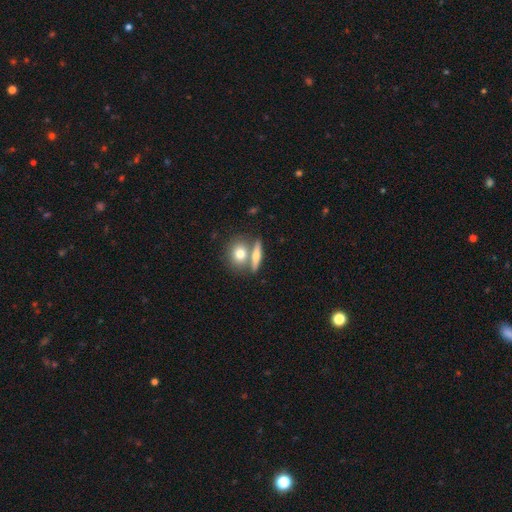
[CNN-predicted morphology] A smooth galaxy with no disk features (57%) that is in between round and cigar-shaped (38%).

Vote fractions:
- Smooth or featured? smooth: 57% / featured or disk: 35% / star or artifact: 8%
- How rounded? in between: 38% / cigar-shaped: 31% / round: 31%
- Merging? none: 55% / merger: 33% / minor disturbance: 9% / major disturbance: 3%